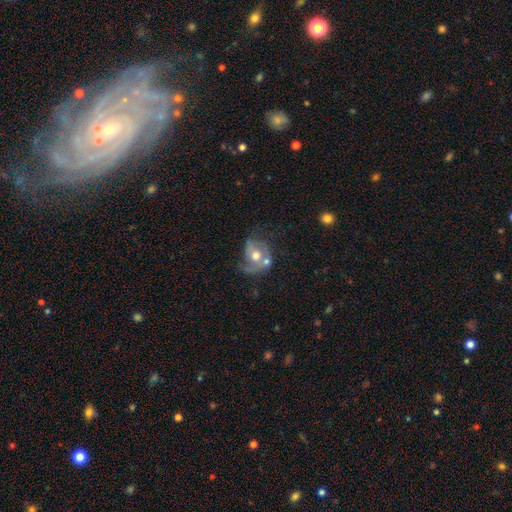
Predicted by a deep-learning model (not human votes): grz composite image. It shows a featured or disk galaxy (68%) with no bar (71%), 2 (53%) medium (43%) spiral arms (79%) and a moderate central bulge (72%). Merging: none (34%).